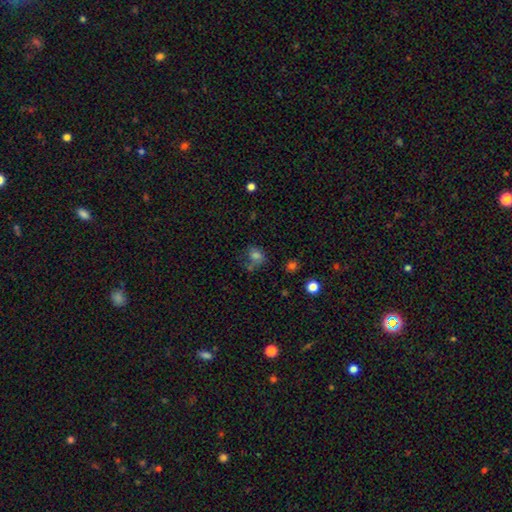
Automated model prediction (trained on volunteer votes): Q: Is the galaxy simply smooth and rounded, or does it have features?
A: smooth — 71%.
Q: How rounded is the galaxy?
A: in between — 50%.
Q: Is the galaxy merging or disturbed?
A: none — 48%.